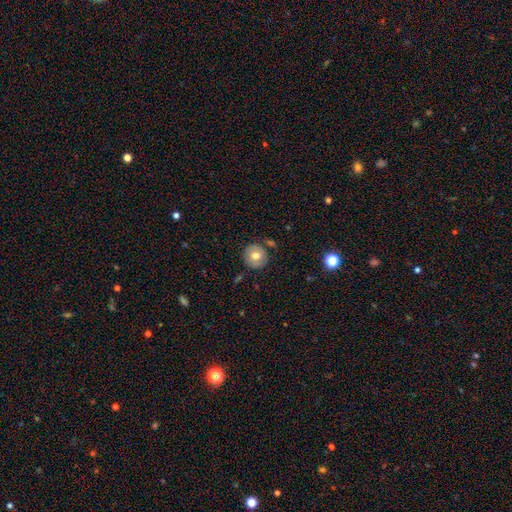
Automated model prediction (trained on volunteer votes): Q: Smooth or featured?
A: smooth (71%); runner-up: featured or disk (21%)
Q: How rounded?
A: round (91%); runner-up: in between (8%)
Q: Merging?
A: none (83%); runner-up: minor disturbance (11%)